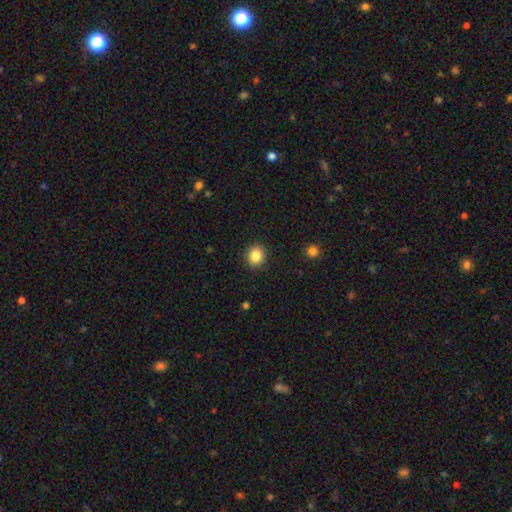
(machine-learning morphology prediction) Smooth or featured? Predicted: smooth (p=0.85). How rounded? Predicted: round (p=0.84). Merging? Predicted: none (p=0.91).